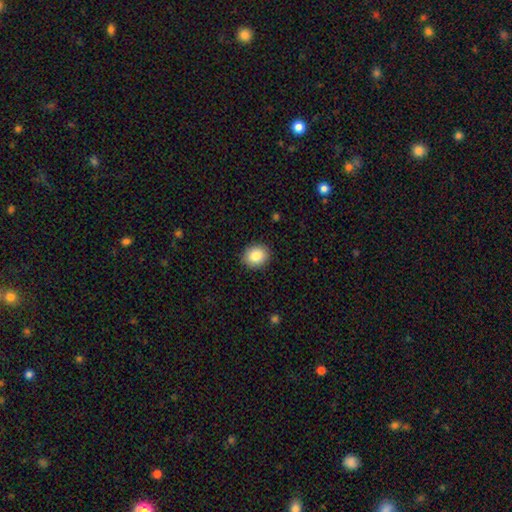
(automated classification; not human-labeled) A smooth galaxy with no disk features (85%) that is round (57%).

Vote fractions:
- Smooth or featured? smooth: 85% / star or artifact: 8% / featured or disk: 6%
- How rounded? round: 57% / in between: 42% / cigar-shaped: 1%
- Merging? none: 90% / minor disturbance: 7% / major disturbance: 2% / merger: 1%